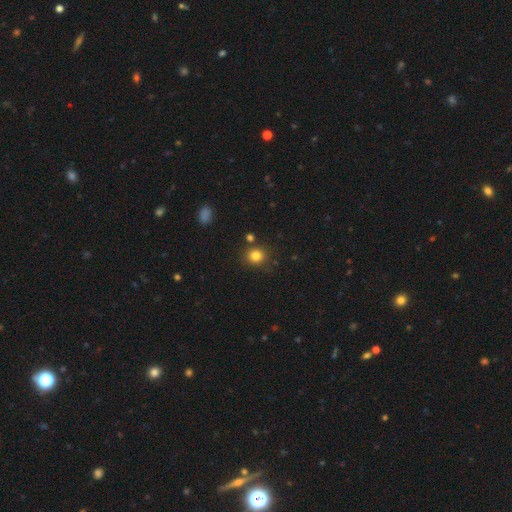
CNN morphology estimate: Overall: smooth (81%). How rounded: round (84%). Merging: none (82%).